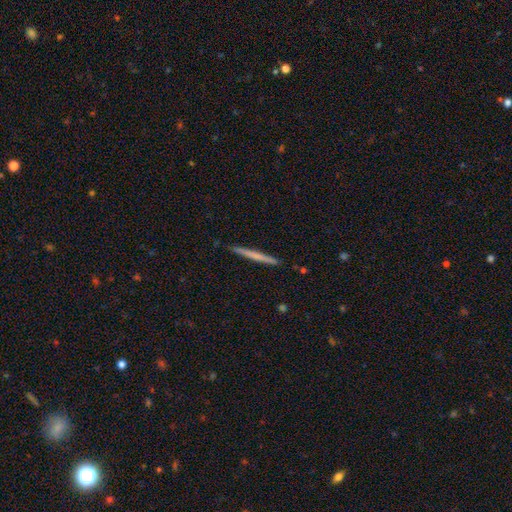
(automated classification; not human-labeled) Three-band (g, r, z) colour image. It shows a smooth galaxy with no disk features (55%) that is cigar-shaped (97%). Merging: none (91%).